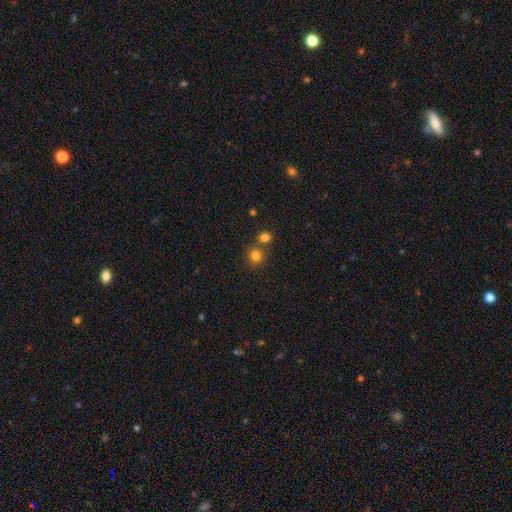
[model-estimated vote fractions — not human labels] smooth-or-featured: smooth: 79% | star or artifact: 14% | featured or disk: 6%
  how-rounded: round: 89% | in between: 10% | cigar-shaped: 1%
  merging: none: 66% | merger: 24% | minor disturbance: 7% | major disturbance: 3%